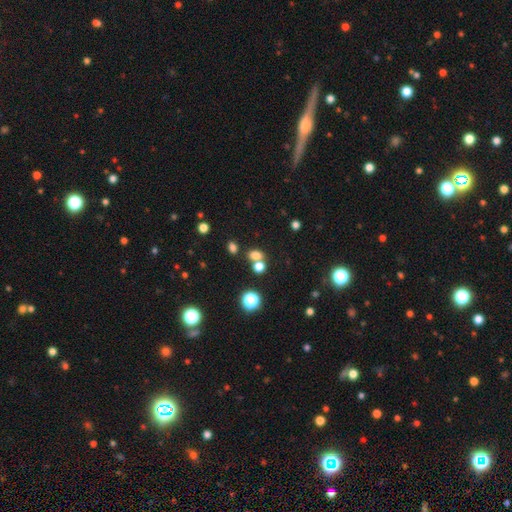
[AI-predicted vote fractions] smooth_or_featured: smooth (p=0.72) [alt: star or artifact p=0.19]
how_rounded: in between (p=0.60) [alt: round p=0.39]
merging: none (p=0.52) [alt: merger p=0.35]